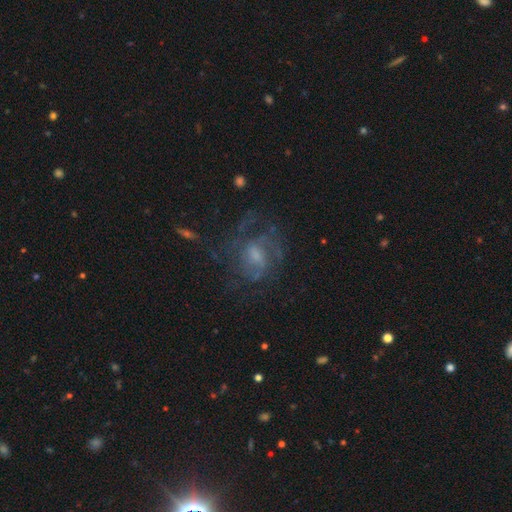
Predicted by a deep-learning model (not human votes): Q: Smooth or featured?
A: featured or disk (68%); runner-up: smooth (20%)
Q: Edge-on disk?
A: no (97%); runner-up: yes (3%)
Q: Bar?
A: no (48%); runner-up: weak (43%)
Q: Spiral arms?
A: yes (75%); runner-up: no (25%)
Q: Bulge size?
A: moderate (39%); runner-up: small (37%)
Q: Merging?
A: none (52%); runner-up: major disturbance (27%)